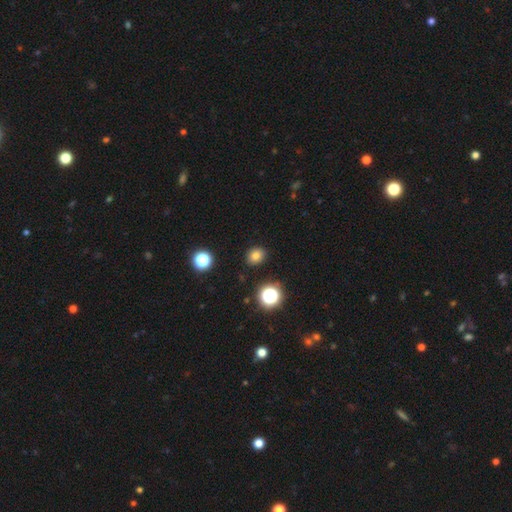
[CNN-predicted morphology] A smooth galaxy with no disk features (79%) that is round (65%).

Vote fractions:
- Smooth or featured? smooth: 79% / star or artifact: 15% / featured or disk: 5%
- How rounded? round: 65% / in between: 34% / cigar-shaped: 1%
- Merging? none: 88% / minor disturbance: 8% / major disturbance: 2% / merger: 2%